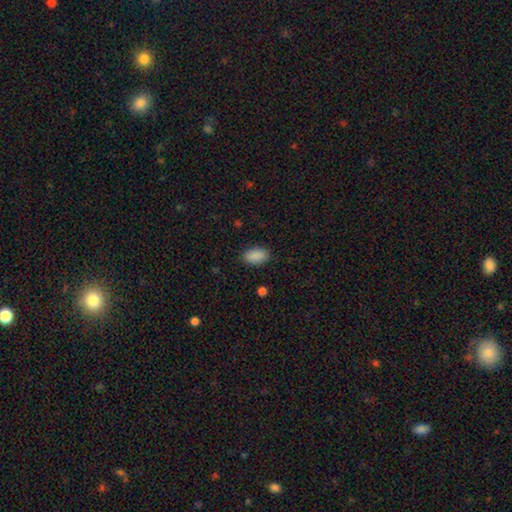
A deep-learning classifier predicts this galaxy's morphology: smooth_or_featured: smooth (p=0.90) [alt: star or artifact p=0.08]
how_rounded: in between (p=0.93) [alt: round p=0.05]
merging: none (p=0.88) [alt: minor disturbance p=0.09]